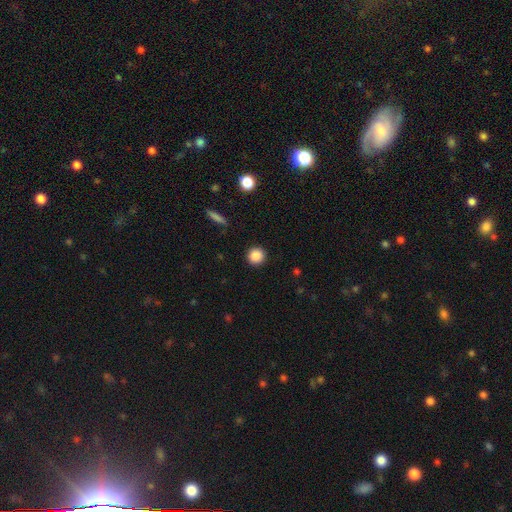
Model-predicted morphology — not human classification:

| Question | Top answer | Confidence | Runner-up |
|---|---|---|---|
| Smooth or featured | smooth | 88% | star or artifact (9%) |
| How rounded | round | 94% | in between (5%) |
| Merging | none | 92% | minor disturbance (5%) |